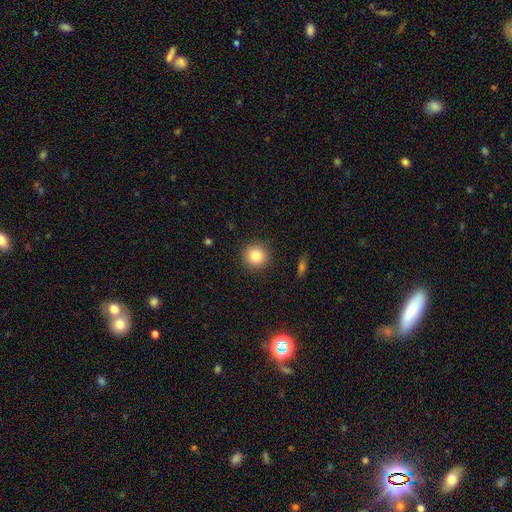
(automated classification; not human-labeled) smooth-or-featured: smooth: 84% | star or artifact: 10% | featured or disk: 6%
  how-rounded: round: 93% | in between: 6% | cigar-shaped: 1%
  merging: none: 91% | minor disturbance: 6% | major disturbance: 2% | merger: 1%